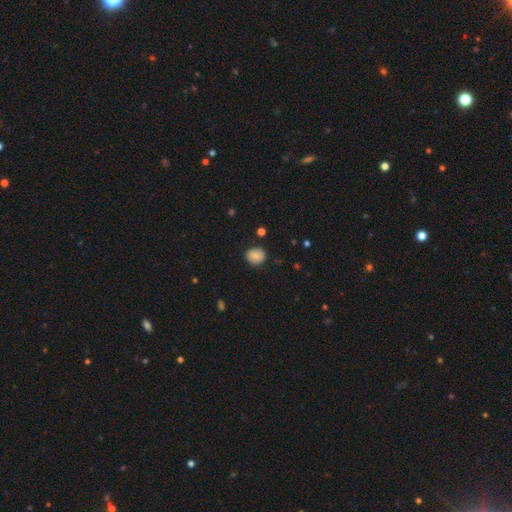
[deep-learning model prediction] The model was most divided on "how rounded": round: 71%, in between: 28%, cigar-shaped: 1%. More confident: merging — none (85%); smooth or featured — smooth (84%).